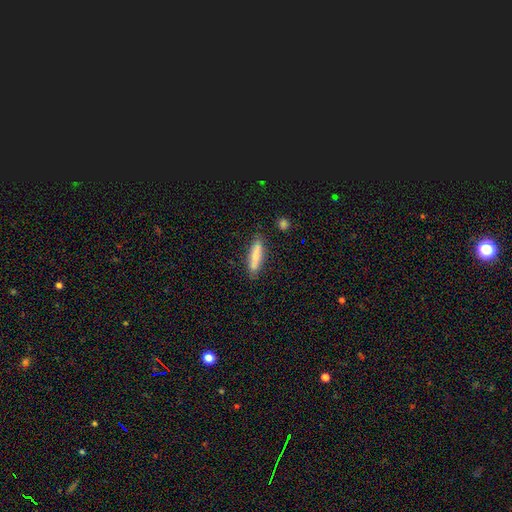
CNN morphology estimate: smooth-or-featured: smooth: 79% | featured or disk: 15% | star or artifact: 7%
  how-rounded: cigar-shaped: 74% | in between: 25% | round: 2%
  merging: none: 78% | minor disturbance: 15% | major disturbance: 4% | merger: 3%